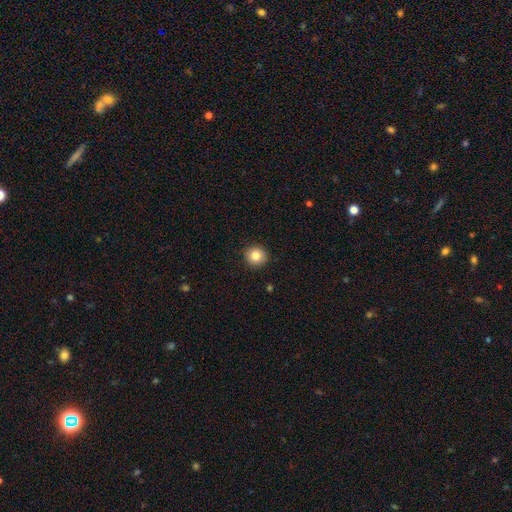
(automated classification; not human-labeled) smooth_or_featured: smooth (p=0.83) [alt: star or artifact p=0.10]
how_rounded: round (p=0.92) [alt: in between p=0.07]
merging: none (p=0.92) [alt: minor disturbance p=0.06]